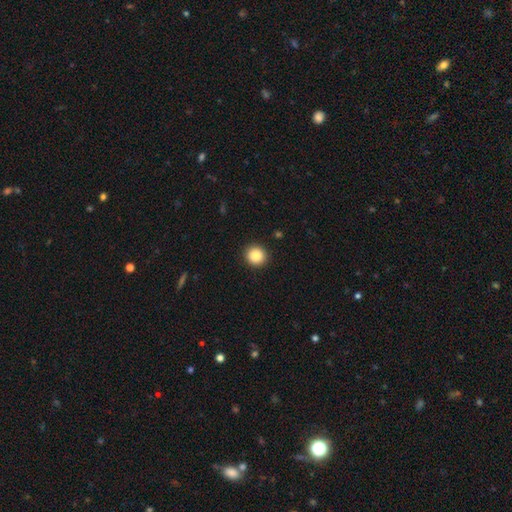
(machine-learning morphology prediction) Smooth or featured: smooth — 88% (star or artifact — 9%)
How rounded: round — 92% (in between — 7%)
Merging: none — 92% (minor disturbance — 5%)